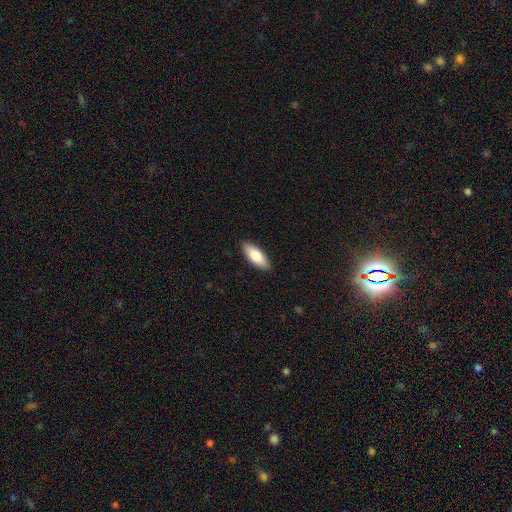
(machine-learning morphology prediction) Smooth or featured? smooth (81%)
How rounded? in between (75%)
Merging? none (89%)